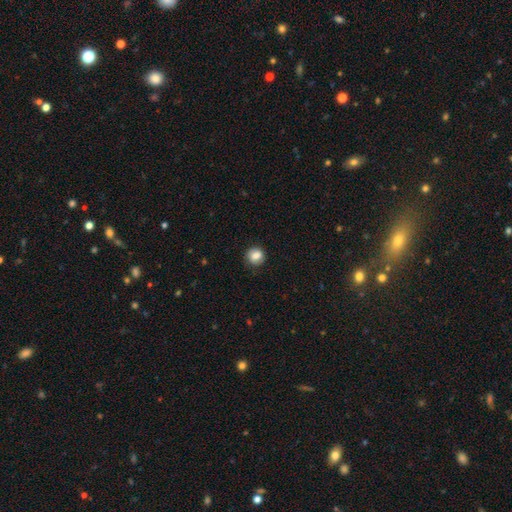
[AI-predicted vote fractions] smooth_or_featured: smooth (p=0.83) [alt: star or artifact p=0.09]
how_rounded: round (p=0.87) [alt: in between p=0.12]
merging: none (p=0.83) [alt: minor disturbance p=0.12]